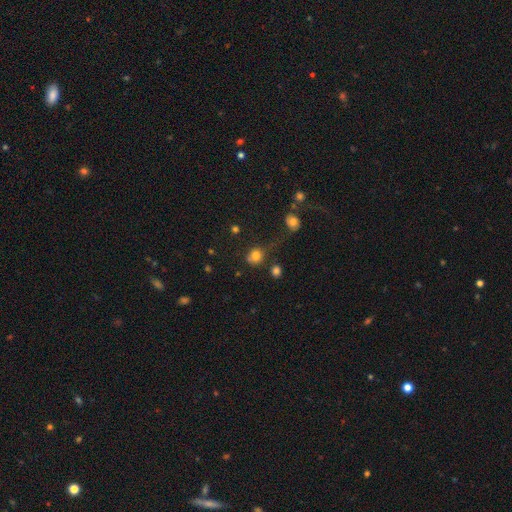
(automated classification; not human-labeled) smooth_or_featured: smooth (p=0.78) [alt: star or artifact p=0.13]
how_rounded: round (p=0.80) [alt: in between p=0.19]
merging: none (p=0.57) [alt: minor disturbance p=0.20]